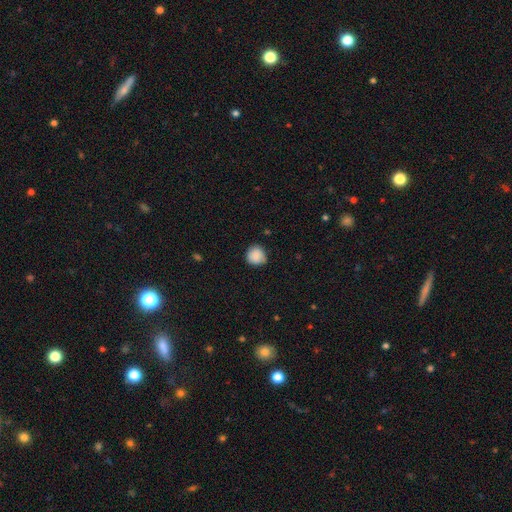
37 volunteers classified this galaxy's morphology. Smooth or featured: smooth — 89% (featured or disk — 8%)
How rounded: round — 85% (in between — 15%)
Merging: none — 69% (minor disturbance — 19%)